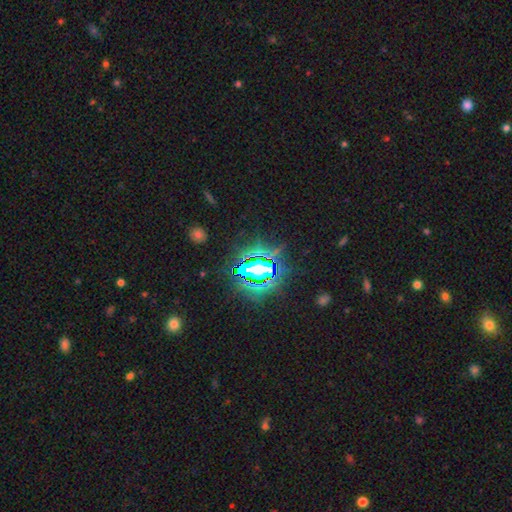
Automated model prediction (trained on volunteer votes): A star or artifact, not a galaxy (76%).